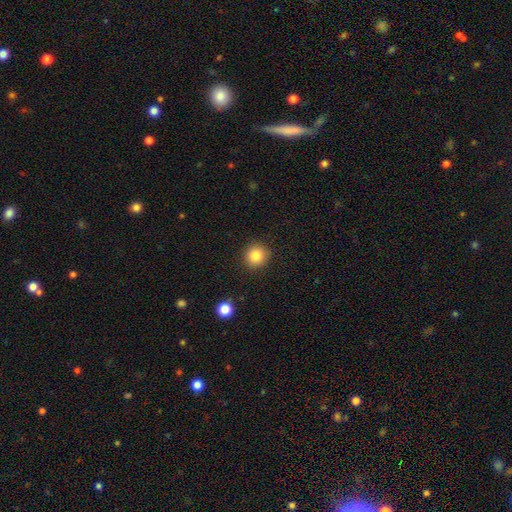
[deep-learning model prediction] Morphology: type=smooth (84%); roundness=round (92%); merging=none (91%).